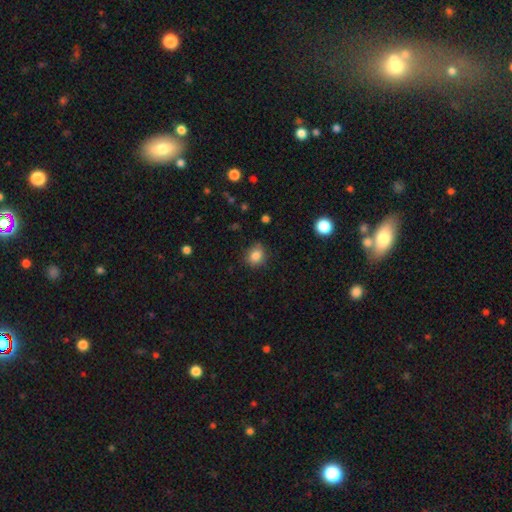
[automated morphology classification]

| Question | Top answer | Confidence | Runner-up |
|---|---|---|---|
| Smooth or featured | smooth | 84% | star or artifact (10%) |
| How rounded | round | 64% | in between (35%) |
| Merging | none | 80% | minor disturbance (16%) |